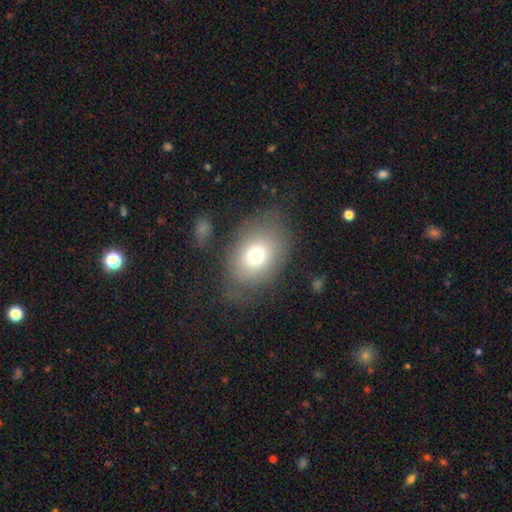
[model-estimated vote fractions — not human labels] Morphology: type=smooth (72%); roundness=in between (67%); merging=none (70%).